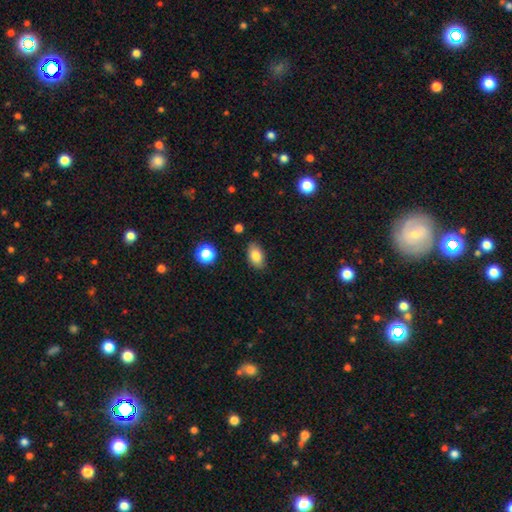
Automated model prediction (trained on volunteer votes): This is clearly a smooth galaxy (84%). How rounded: clearly in between (90%). Merging: clearly none (84%).